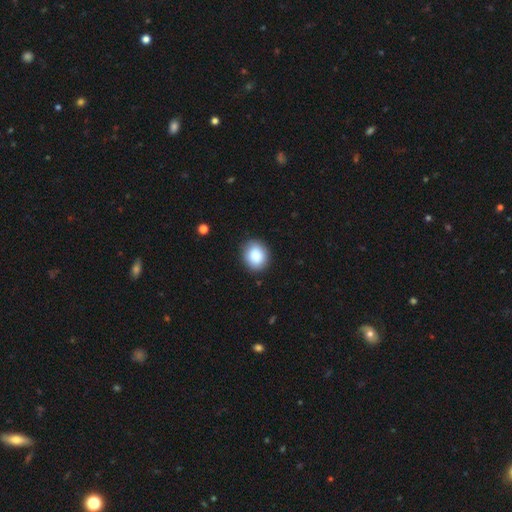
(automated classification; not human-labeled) Smooth or featured? Predicted: smooth (p=0.85). How rounded? Predicted: round (p=0.65). Merging? Predicted: none (p=0.88).